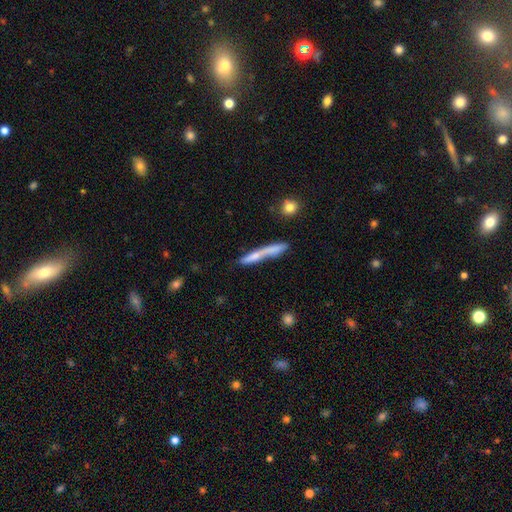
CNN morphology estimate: A smooth galaxy with no disk features (54%) that is cigar-shaped (93%). Merging: none (57%).